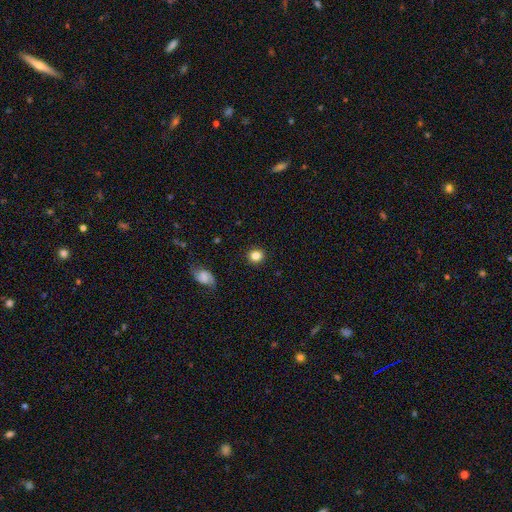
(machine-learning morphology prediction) A smooth galaxy with no disk features (81%) that is round (87%).

Vote fractions:
- Smooth or featured? smooth: 81% / star or artifact: 10% / featured or disk: 8%
- How rounded? round: 87% / in between: 12% / cigar-shaped: 1%
- Merging? none: 90% / minor disturbance: 7% / major disturbance: 2% / merger: 1%